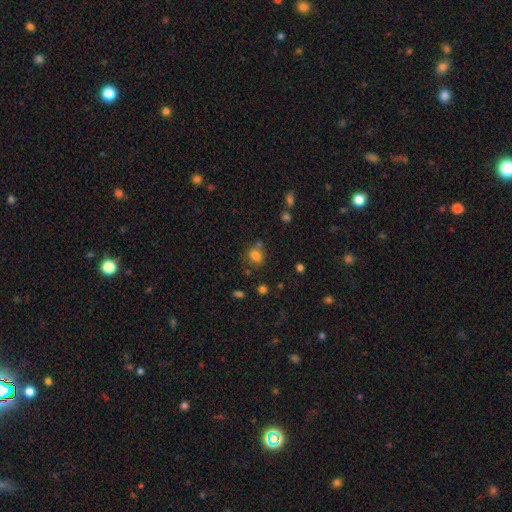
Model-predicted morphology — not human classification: smooth 78%, star or artifact 14%, featured or disk 8%. Down the decision tree: how rounded — round (57%); merging — none (61%).